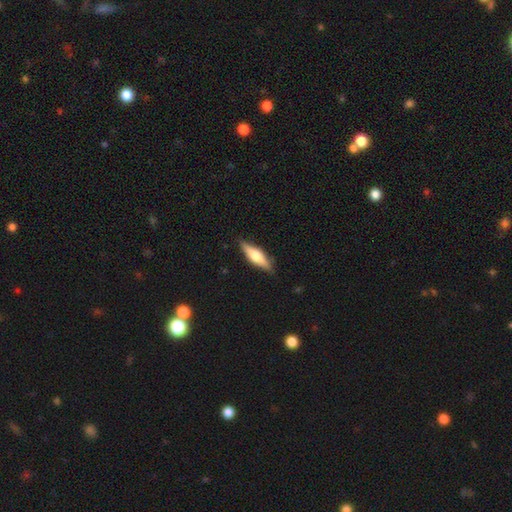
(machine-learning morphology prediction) smooth_or_featured: featured or disk (p=0.51) [alt: smooth p=0.43]
disk_edge_on: yes (p=0.94) [alt: no p=0.06]
merging: none (p=0.87) [alt: minor disturbance p=0.10]